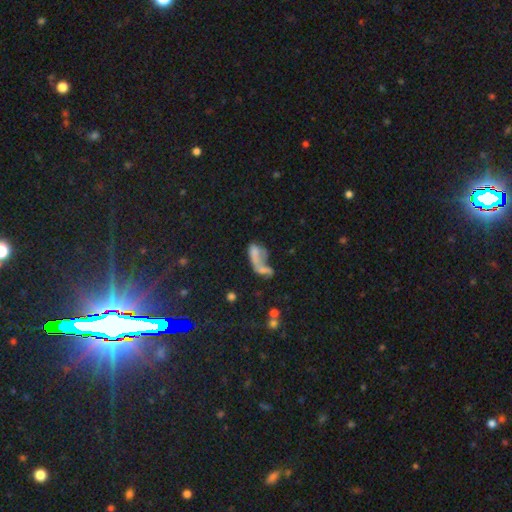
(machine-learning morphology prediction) The model was most divided on "merging": merger: 43%, major disturbance: 31%, none: 15%, minor disturbance: 10%. More confident: how rounded — in between (80%); smooth or featured — smooth (51%).